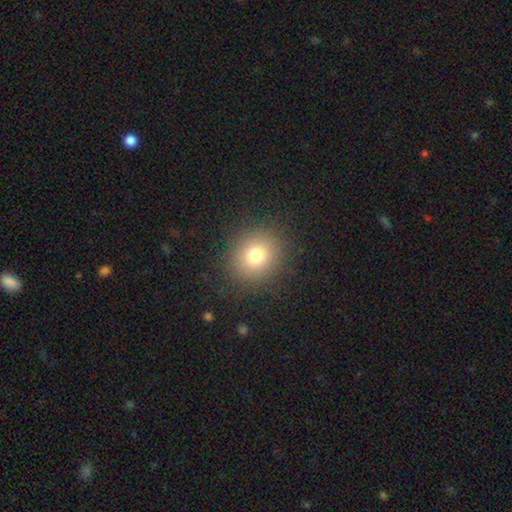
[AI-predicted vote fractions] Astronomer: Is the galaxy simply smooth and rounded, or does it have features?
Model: smooth — 77%.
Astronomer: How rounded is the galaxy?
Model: round — 84%.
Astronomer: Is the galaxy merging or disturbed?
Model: none — 88%.